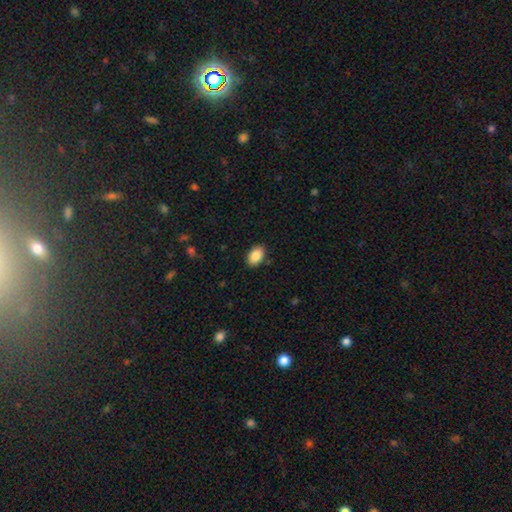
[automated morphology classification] type=smooth (87%); roundness=in between (90%); merging=none (88%).